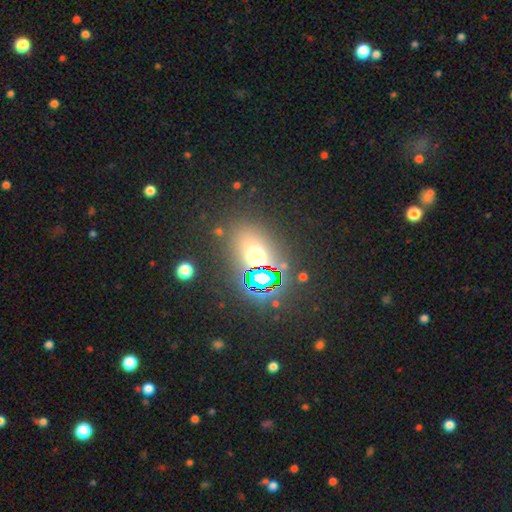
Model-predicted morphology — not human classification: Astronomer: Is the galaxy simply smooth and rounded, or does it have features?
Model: smooth — 46% (runner-up: star or artifact, 42%).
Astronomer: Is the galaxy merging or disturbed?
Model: none — 75%.